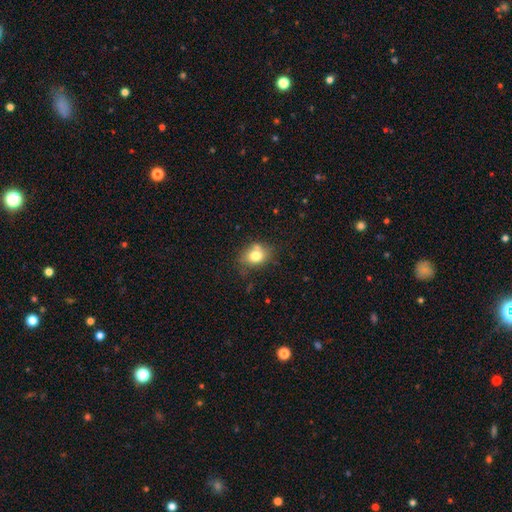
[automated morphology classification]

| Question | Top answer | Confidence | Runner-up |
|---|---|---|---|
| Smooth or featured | smooth | 76% | featured or disk (13%) |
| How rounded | in between | 50% | round (49%) |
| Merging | none | 61% | minor disturbance (21%) |